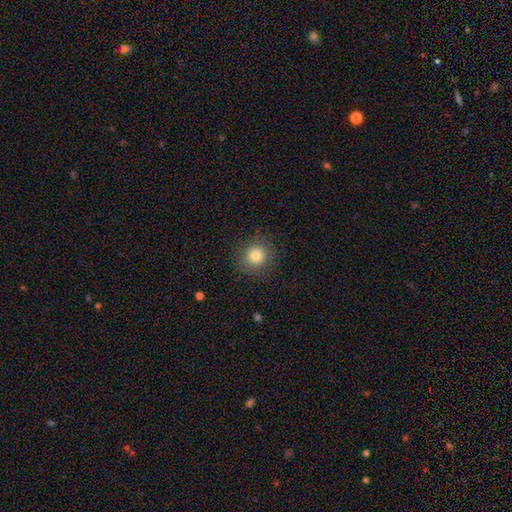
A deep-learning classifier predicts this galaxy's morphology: smooth 80%, star or artifact 11%, featured or disk 9%. Down the decision tree: how rounded — round (92%); merging — none (86%).